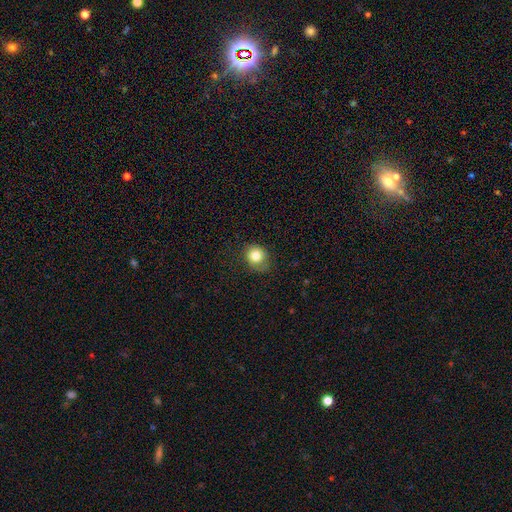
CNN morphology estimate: Q: Smooth or featured?
A: smooth (81%); runner-up: star or artifact (10%)
Q: How rounded?
A: round (70%); runner-up: in between (29%)
Q: Merging?
A: none (69%); runner-up: minor disturbance (23%)